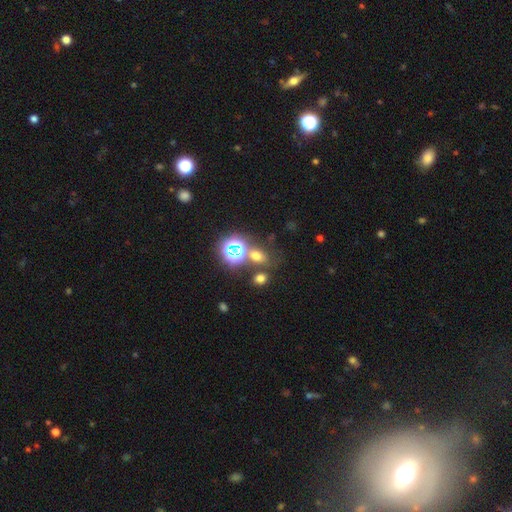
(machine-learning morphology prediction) The model was most divided on "how rounded": in between: 56%, round: 42%, cigar-shaped: 2%. More confident: merging — none (64%); smooth or featured — smooth (57%).